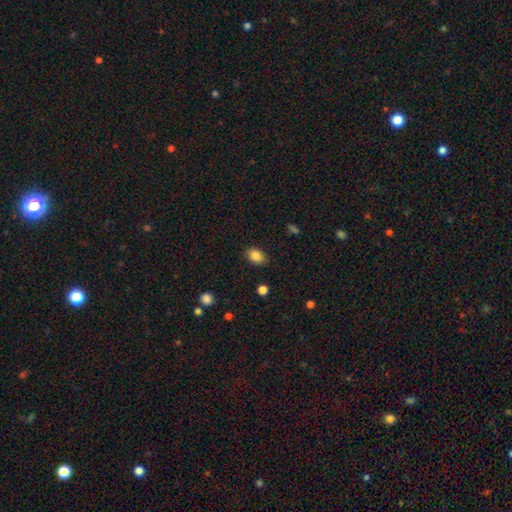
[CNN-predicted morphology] A smooth galaxy with no disk features (86%) that is in between round and cigar-shaped (79%).

Vote fractions:
- Smooth or featured? smooth: 86% / star or artifact: 9% / featured or disk: 5%
- How rounded? in between: 79% / round: 20% / cigar-shaped: 1%
- Merging? none: 87% / minor disturbance: 10% / major disturbance: 2% / merger: 1%